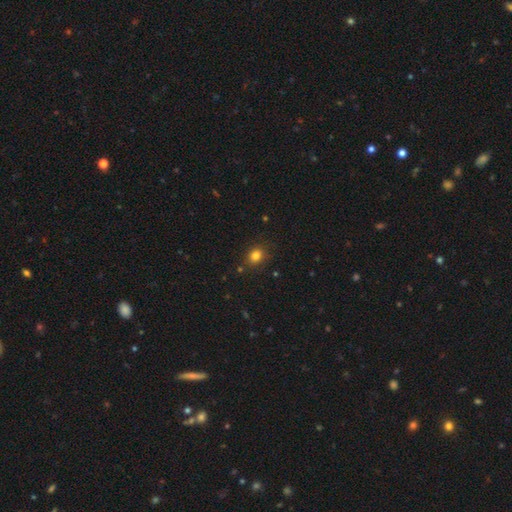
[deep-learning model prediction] Overall: smooth (81%). How rounded: round (65%; in between 34%). Merging: none (84%).